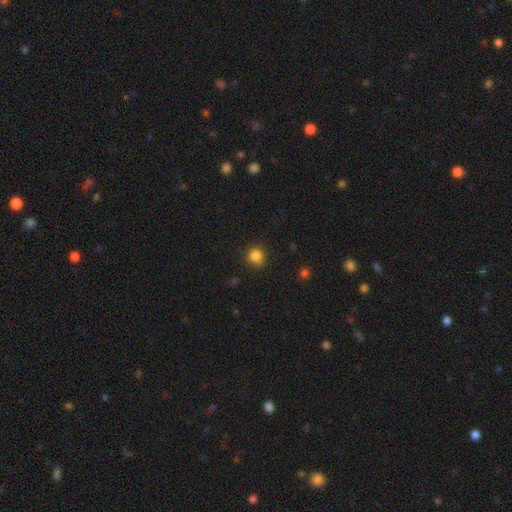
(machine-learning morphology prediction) Smooth or featured? Predicted: smooth (p=0.84). How rounded? Predicted: round (p=0.84). Merging? Predicted: none (p=0.83).